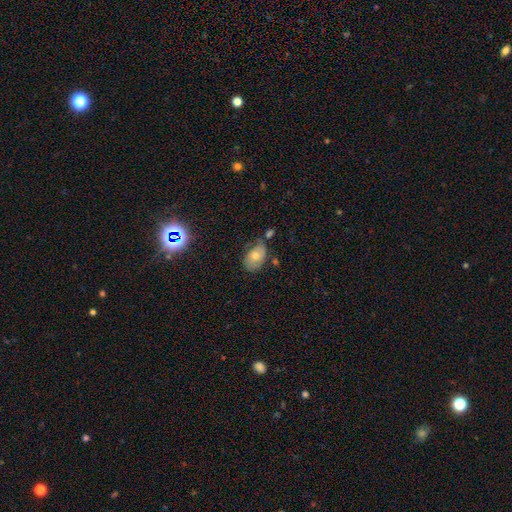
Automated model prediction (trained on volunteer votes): A smooth galaxy with no disk features (58%) that is in between round and cigar-shaped (87%). Merging: none (51%).